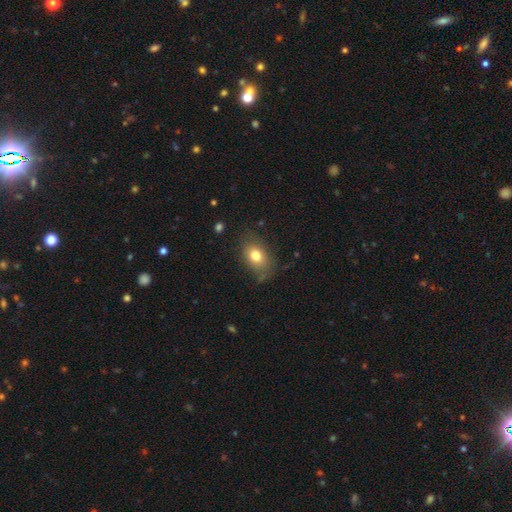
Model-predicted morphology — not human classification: Smooth or featured?
  - smooth: 77% *
  - featured or disk: 13%
  - star or artifact: 10%
How rounded?
  - in between: 76% *
  - round: 23%
  - cigar-shaped: 1%
Merging?
  - none: 73% *
  - minor disturbance: 20%
  - major disturbance: 6%
  - merger: 2%